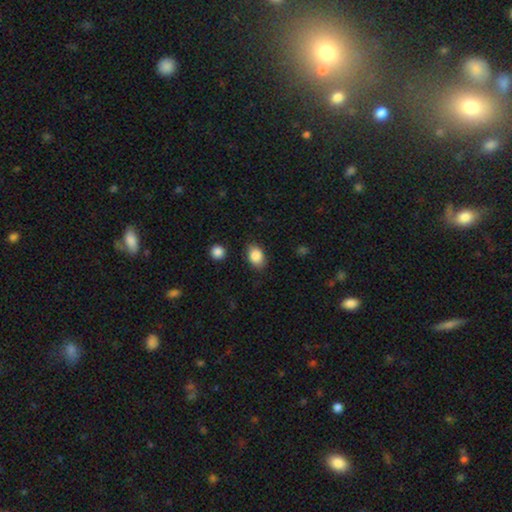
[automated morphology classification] Smooth or featured? smooth (86%)
How rounded? in between (79%)
Merging? none (82%)